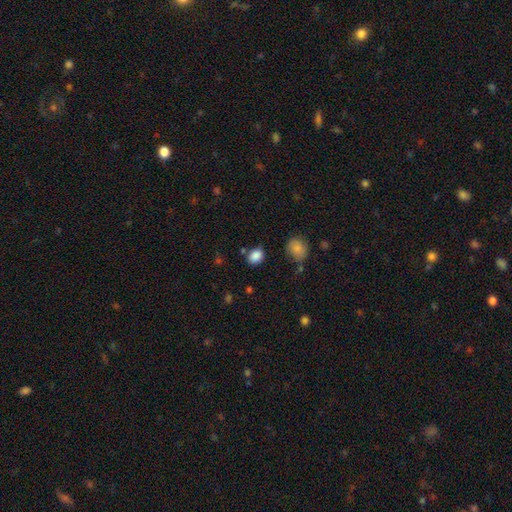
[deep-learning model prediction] Overall: smooth (86%). How rounded: in between (63%; round 36%). Merging: none (76%).